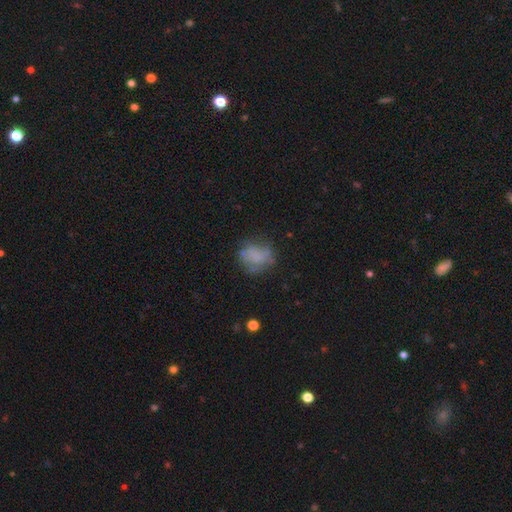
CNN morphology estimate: The model was most divided on "how rounded": round: 61%, in between: 38%, cigar-shaped: 1%. More confident: smooth or featured — smooth (57%); merging — none (51%).